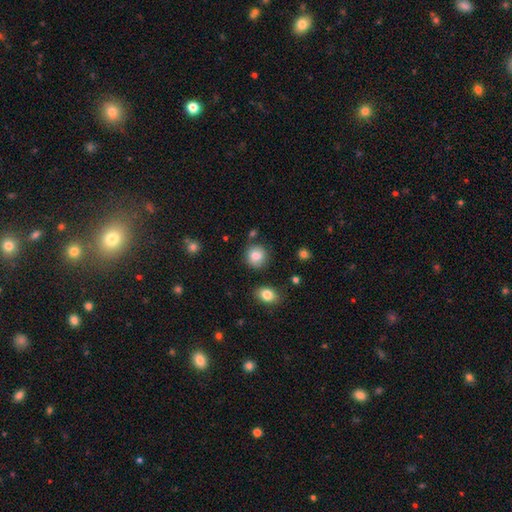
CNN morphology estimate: type=smooth (84%); roundness=round (84%); merging=none (80%).